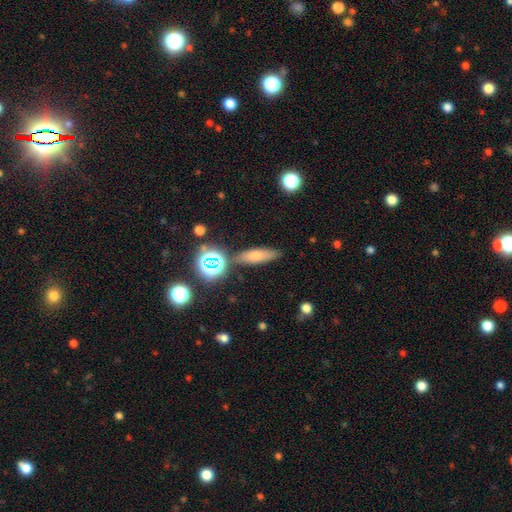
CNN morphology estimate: The model was most divided on "how rounded": cigar-shaped: 54%, in between: 39%, round: 7%. More confident: merging — none (80%); smooth or featured — smooth (69%).